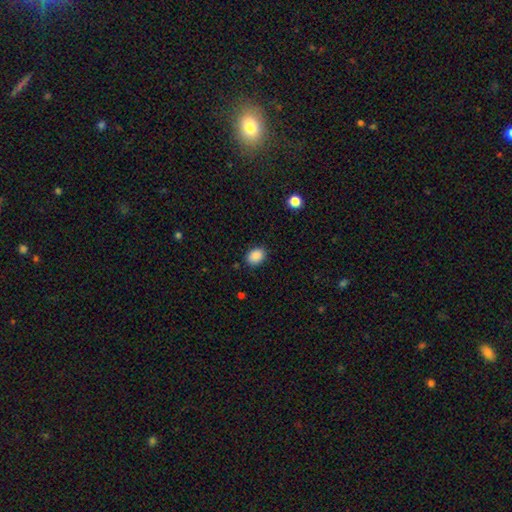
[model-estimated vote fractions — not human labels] Smooth or featured?
  - smooth: 88% *
  - star or artifact: 9%
  - featured or disk: 3%
How rounded?
  - in between: 65% *
  - round: 34%
  - cigar-shaped: 1%
Merging?
  - none: 86% *
  - minor disturbance: 11%
  - major disturbance: 3%
  - merger: 1%